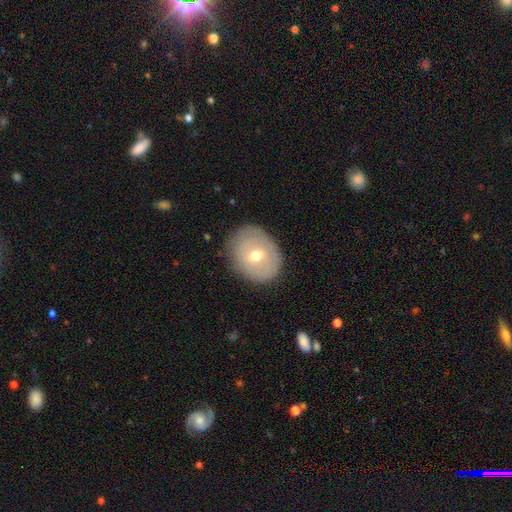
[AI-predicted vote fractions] Overall: smooth (50%; featured or disk 42%). How rounded: round (52%; in between 47%). Merging: none (79%).